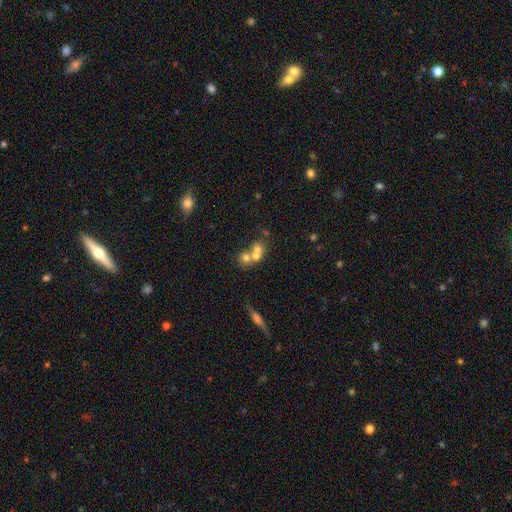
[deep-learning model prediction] smooth_or_featured: smooth (p=0.60) [alt: featured or disk p=0.26]
how_rounded: round (p=0.72) [alt: in between p=0.26]
merging: merger (p=0.63) [alt: none p=0.27]